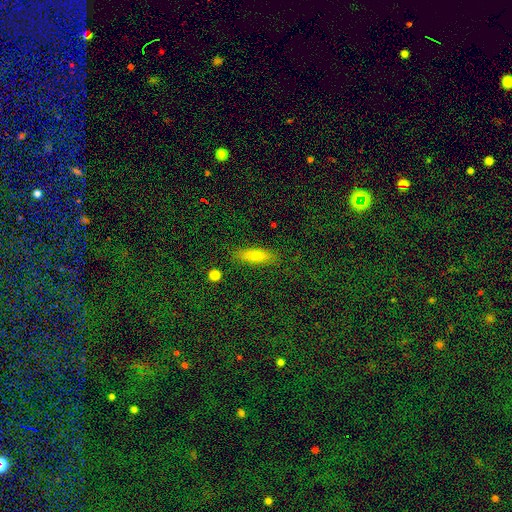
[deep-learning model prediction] Morphology: type=smooth (78%); roundness=cigar-shaped (55%); merging=none (84%).